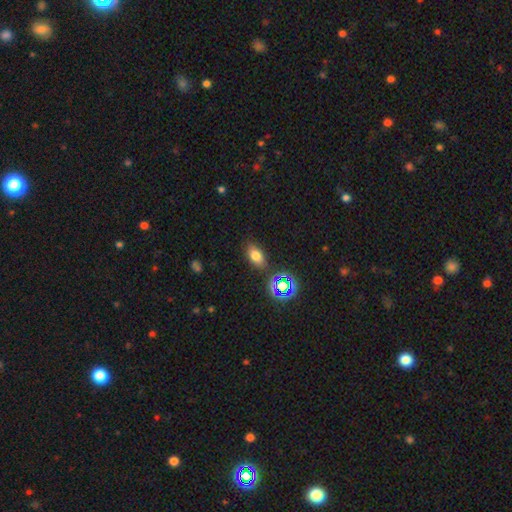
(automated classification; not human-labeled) Smooth or featured? smooth (71%)
How rounded? in between (84%)
Merging? none (82%)